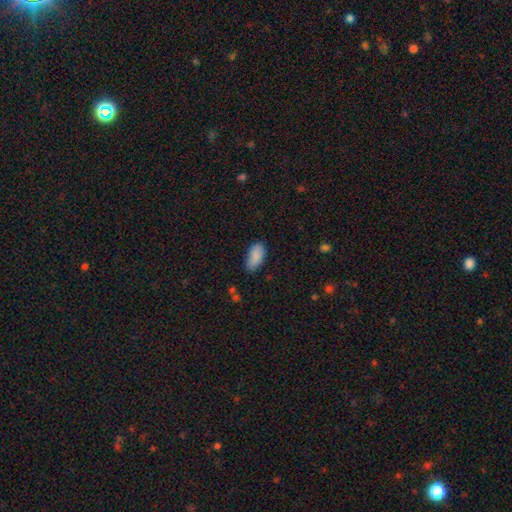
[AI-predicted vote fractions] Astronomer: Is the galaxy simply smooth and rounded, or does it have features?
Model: smooth — 87%.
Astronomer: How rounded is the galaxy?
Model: in between — 93%.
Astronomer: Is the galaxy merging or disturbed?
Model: none — 75%.